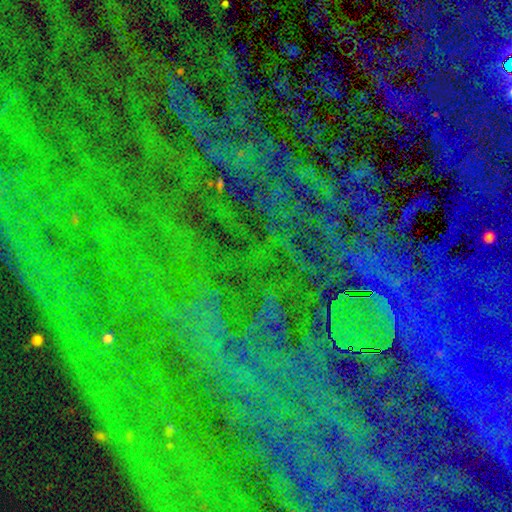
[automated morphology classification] Overall: star or artifact (84%).